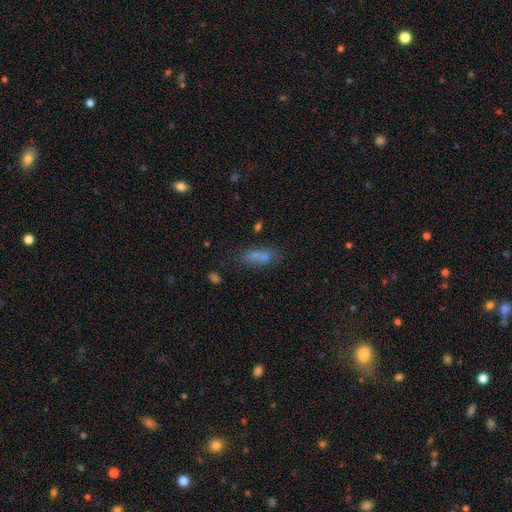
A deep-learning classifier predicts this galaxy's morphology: smooth 58%, star or artifact 25%, featured or disk 17%. Down the decision tree: how rounded — in between (59%); merging — none (60%).